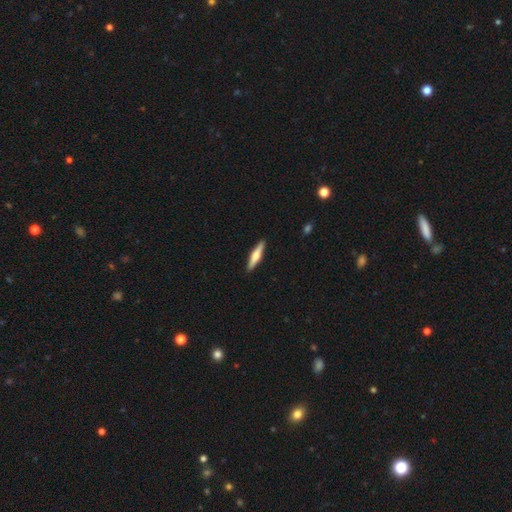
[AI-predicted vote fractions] A smooth galaxy with no disk features (49%).

Vote fractions:
- Smooth or featured? smooth: 49% / featured or disk: 46% / star or artifact: 5%
- Merging? none: 91% / minor disturbance: 6% / major disturbance: 1% / merger: 1%